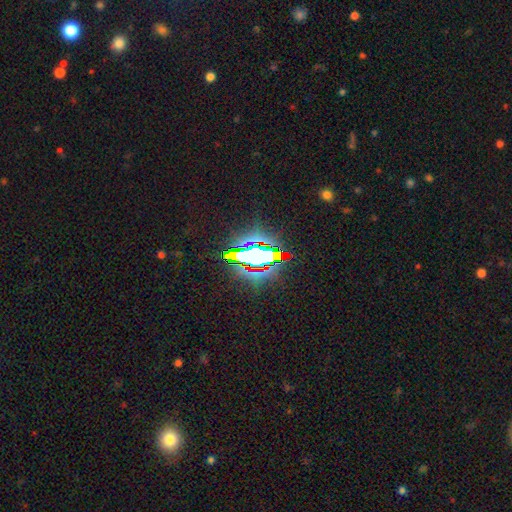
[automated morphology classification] smooth_or_featured: star or artifact (p=0.65) [alt: smooth p=0.21]